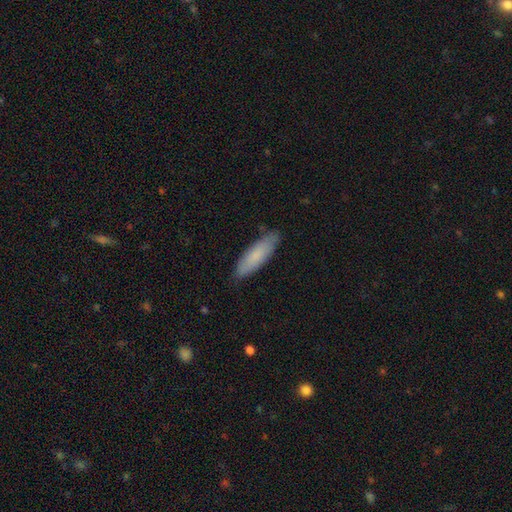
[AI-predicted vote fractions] smooth-or-featured: smooth: 79% | featured or disk: 15% | star or artifact: 6%
  how-rounded: cigar-shaped: 58% | in between: 41% | round: 1%
  merging: none: 84% | minor disturbance: 13% | major disturbance: 2% | merger: 1%